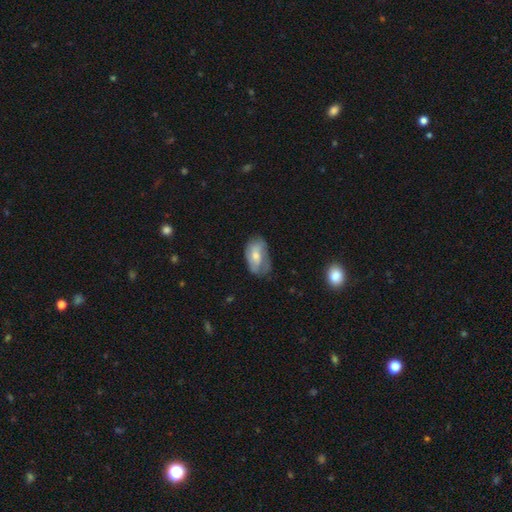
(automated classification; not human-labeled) Smooth or featured? Predicted: smooth (p=0.49). Merging? Predicted: none (p=0.51).